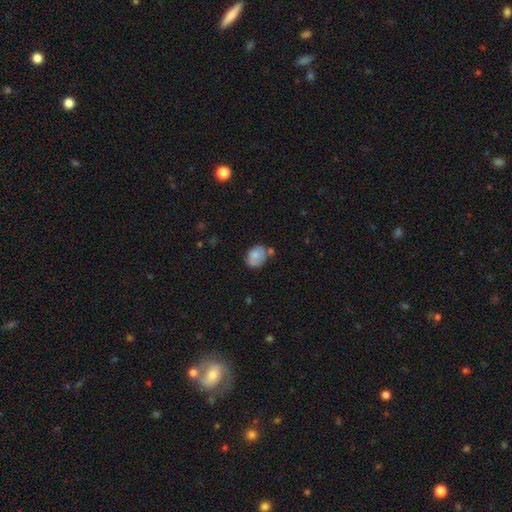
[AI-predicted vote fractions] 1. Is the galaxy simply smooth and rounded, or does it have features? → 77% smooth, 15% featured or disk, 8% star or artifact.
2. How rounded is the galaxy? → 63% in between, 36% round, 1% cigar-shaped.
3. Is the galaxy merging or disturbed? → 57% none, 26% minor disturbance, 11% merger, 7% major disturbance.